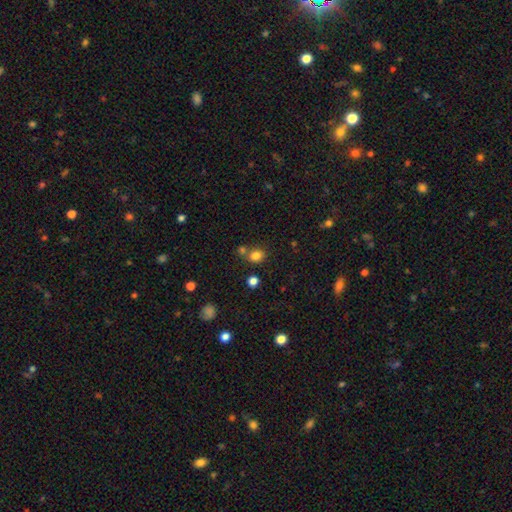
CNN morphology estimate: Smooth or featured?
  - smooth: 80% *
  - star or artifact: 14%
  - featured or disk: 6%
How rounded?
  - round: 51% *
  - in between: 48%
  - cigar-shaped: 1%
Merging?
  - none: 62% *
  - merger: 23%
  - minor disturbance: 11%
  - major disturbance: 4%